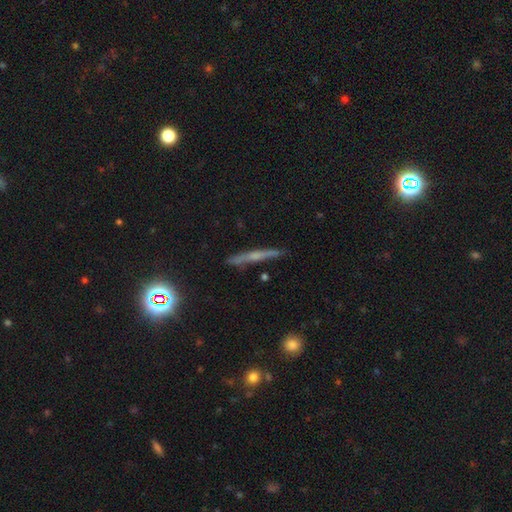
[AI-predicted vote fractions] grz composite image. It shows a featured or disk galaxy (56%) viewed edge-on (95%) with a rounded central bulge (53%). Merging: none (86%).